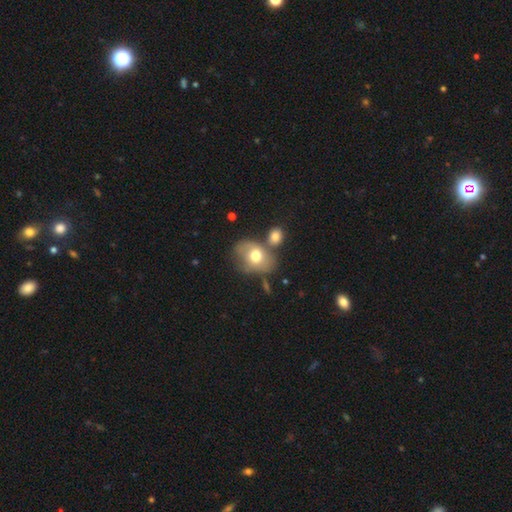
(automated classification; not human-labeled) smooth 64%, featured or disk 28%, star or artifact 9%. Down the decision tree: how rounded — in between (66%); merging — none (44%).